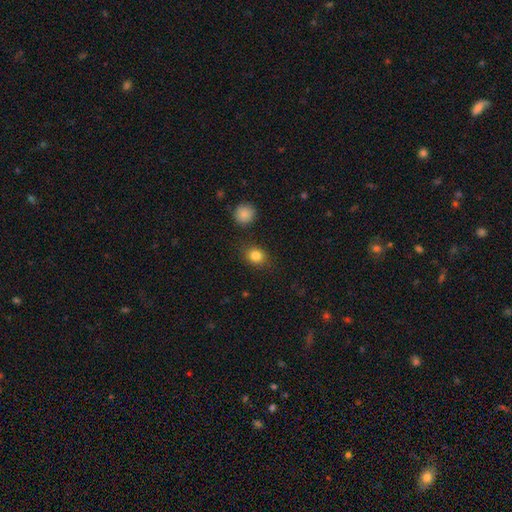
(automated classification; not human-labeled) This is clearly a smooth galaxy (83%). How rounded: likely round (69%). Merging: clearly none (83%).